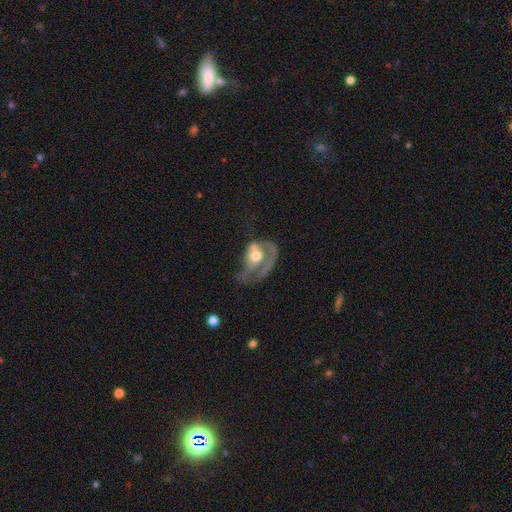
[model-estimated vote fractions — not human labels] smooth_or_featured: featured or disk (p=0.62) [alt: smooth p=0.32]
disk_edge_on: no (p=0.96) [alt: yes p=0.04]
bar: no (p=0.78) [alt: weak p=0.17]
has_spiral_arms: yes (p=0.51) [alt: no p=0.49]
bulge_size: moderate (p=0.63) [alt: large p=0.22]
merging: major disturbance (p=0.50) [alt: none p=0.18]